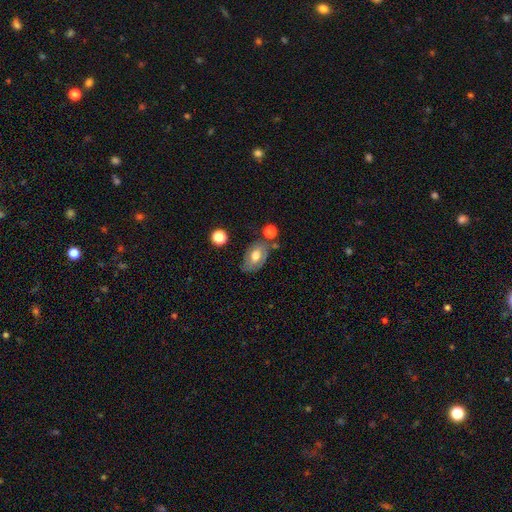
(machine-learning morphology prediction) Smooth or featured?
  - smooth: 52% *
  - featured or disk: 40%
  - star or artifact: 8%
How rounded?
  - in between: 88% *
  - round: 10%
  - cigar-shaped: 2%
Merging?
  - none: 59% *
  - minor disturbance: 23%
  - merger: 10%
  - major disturbance: 8%